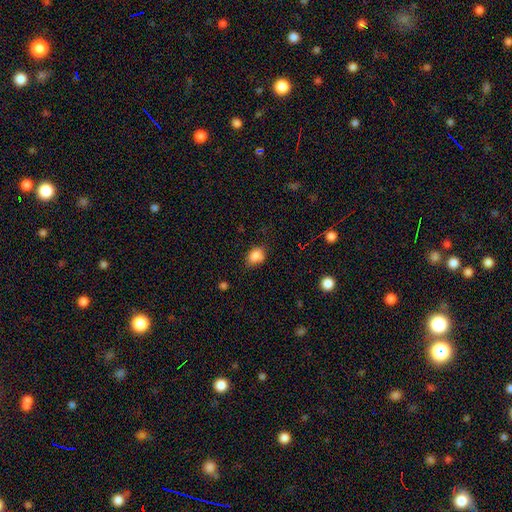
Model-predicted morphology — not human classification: Smooth or featured?
  - smooth: 85% *
  - star or artifact: 10%
  - featured or disk: 6%
How rounded?
  - in between: 63% *
  - round: 36%
  - cigar-shaped: 1%
Merging?
  - none: 68% *
  - minor disturbance: 24%
  - major disturbance: 5%
  - merger: 4%